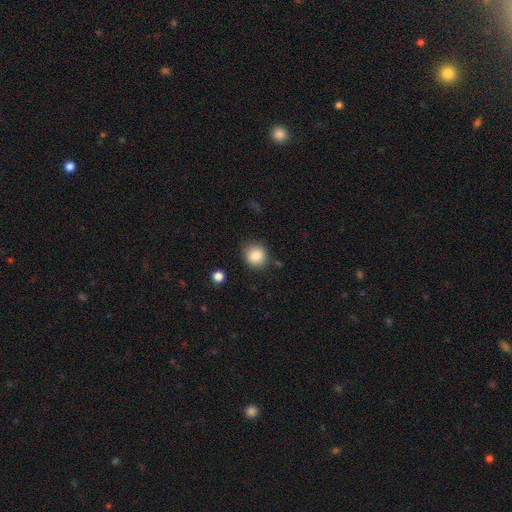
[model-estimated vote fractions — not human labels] The model was most divided on "how rounded": round: 85%, in between: 14%, cigar-shaped: 1%. More confident: smooth or featured — smooth (85%); merging — none (83%).